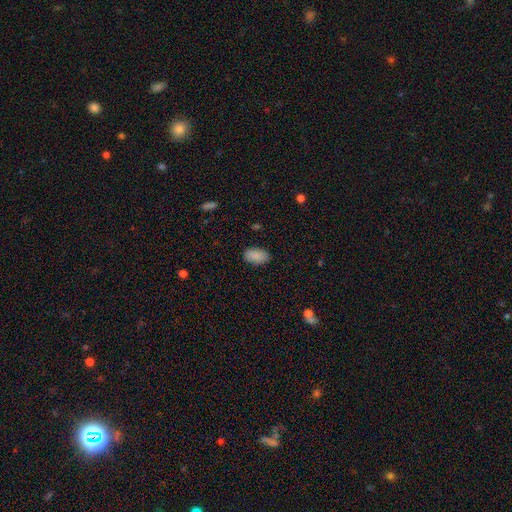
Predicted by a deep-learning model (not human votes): Morphology: type=smooth (89%); roundness=in between (94%); merging=none (87%).